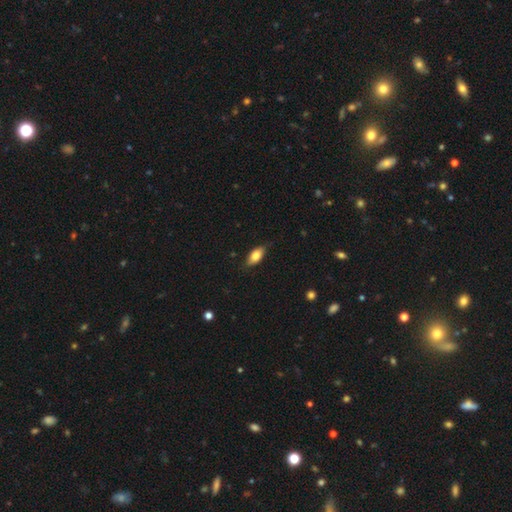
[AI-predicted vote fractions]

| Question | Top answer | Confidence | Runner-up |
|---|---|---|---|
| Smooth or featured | smooth | 80% | featured or disk (13%) |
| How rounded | in between | 88% | cigar-shaped (9%) |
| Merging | none | 81% | minor disturbance (15%) |